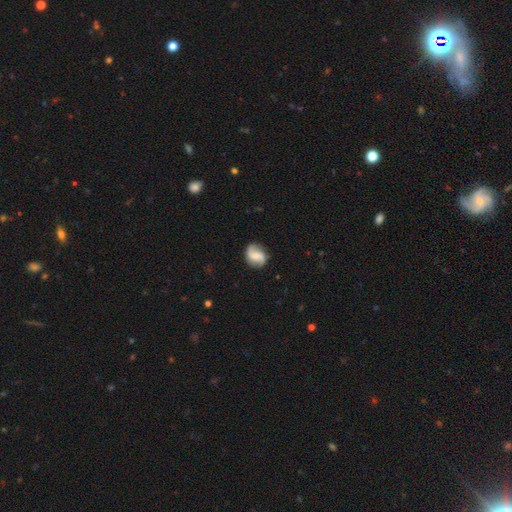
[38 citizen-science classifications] Smooth or featured? featured or disk (71%)
Edge-on disk? no (100%)
Bar? weak (41%, tied with no)
Spiral arms? yes (100%)
Spiral winding? loose (67%)
Spiral arm count? 2 (93%)
Bulge size? small (78%)
Merging? none (77%)